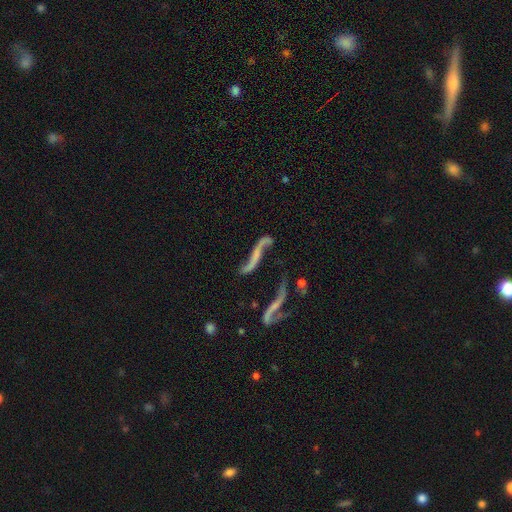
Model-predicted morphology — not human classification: smooth_or_featured: featured or disk (p=0.75) [alt: smooth p=0.14]
disk_edge_on: no (p=0.79) [alt: yes p=0.21]
bar: no (p=0.48) [alt: weak p=0.28]
has_spiral_arms: yes (p=0.83) [alt: no p=0.17]
bulge_size: none (p=0.53) [alt: small p=0.33]
merging: none (p=0.43) [alt: major disturbance p=0.21]